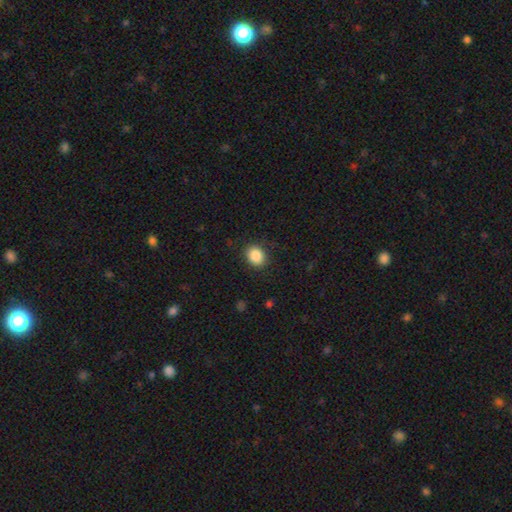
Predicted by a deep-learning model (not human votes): Smooth or featured?
  - smooth: 87% *
  - star or artifact: 9%
  - featured or disk: 4%
How rounded?
  - round: 50% *
  - in between: 49%
  - cigar-shaped: 1%
Merging?
  - none: 87% *
  - minor disturbance: 9%
  - major disturbance: 3%
  - merger: 1%